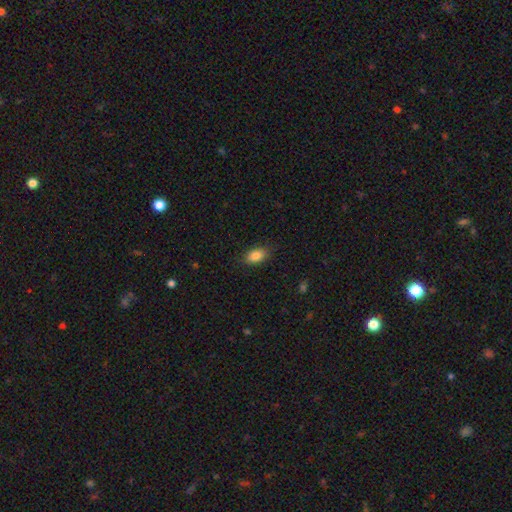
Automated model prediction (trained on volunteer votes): Overall: smooth (85%). How rounded: in between (89%). Merging: none (86%).